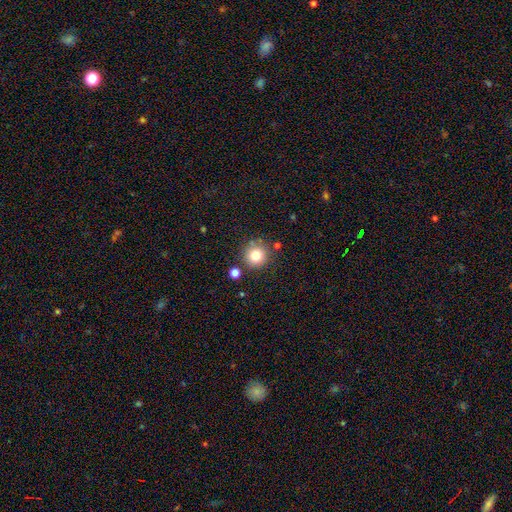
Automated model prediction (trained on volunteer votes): Q: Smooth or featured?
A: smooth (79%); runner-up: star or artifact (12%)
Q: How rounded?
A: round (94%); runner-up: in between (6%)
Q: Merging?
A: none (80%); runner-up: minor disturbance (10%)